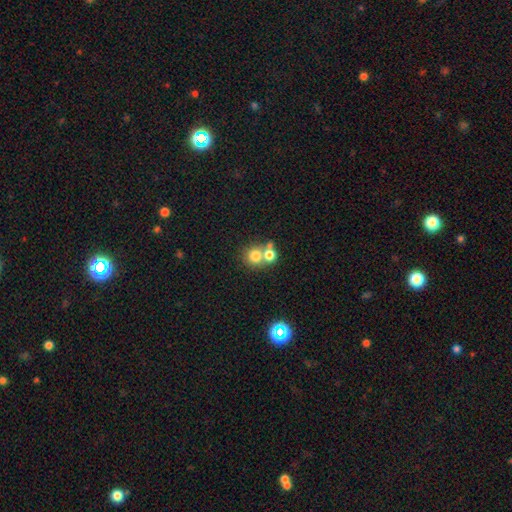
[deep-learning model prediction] A smooth galaxy with no disk features (76%) that is round (84%). Merging: merger (50%).